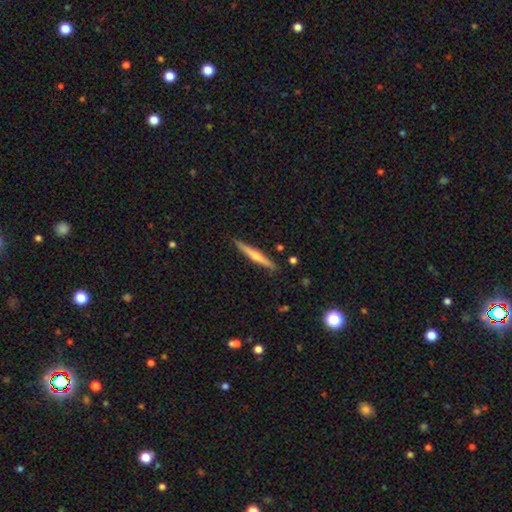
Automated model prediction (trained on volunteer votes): Smooth or featured?
  - featured or disk: 65% *
  - smooth: 29%
  - star or artifact: 6%
Edge-on disk?
  - yes: 98% *
  - no: 2%
Edge-on bulge?
  - rounded: 85% *
  - none: 11%
  - boxy: 4%
Merging?
  - none: 90% *
  - minor disturbance: 7%
  - merger: 1%
  - major disturbance: 1%